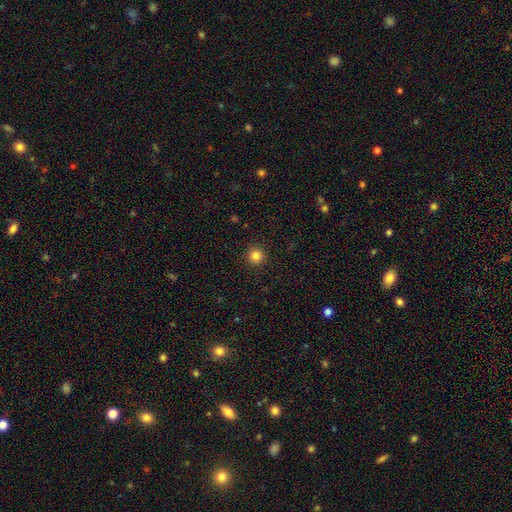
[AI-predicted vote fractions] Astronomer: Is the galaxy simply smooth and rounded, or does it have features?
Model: smooth — 83%.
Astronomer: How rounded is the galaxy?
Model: round — 95%.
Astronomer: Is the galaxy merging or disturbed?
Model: none — 93%.